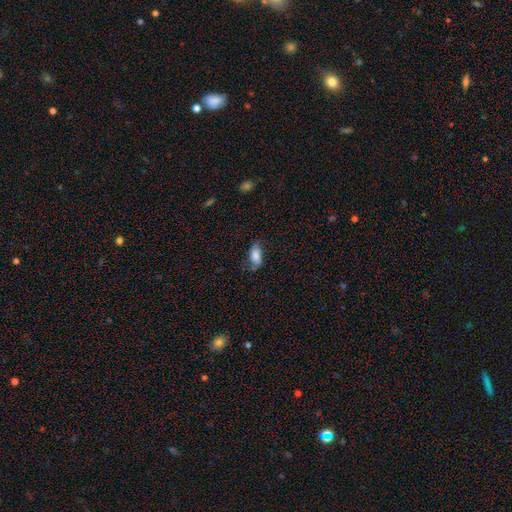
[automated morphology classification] Smooth or featured?
  - smooth: 75% *
  - featured or disk: 17%
  - star or artifact: 7%
How rounded?
  - in between: 88% *
  - cigar-shaped: 8%
  - round: 4%
Merging?
  - none: 62% *
  - minor disturbance: 27%
  - major disturbance: 9%
  - merger: 2%